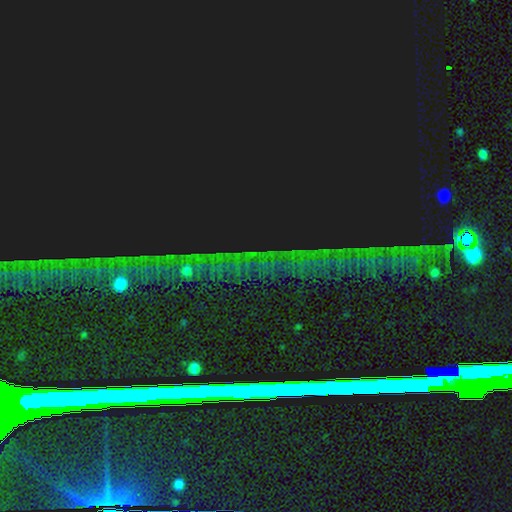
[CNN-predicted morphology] A star or artifact, not a galaxy (85%).